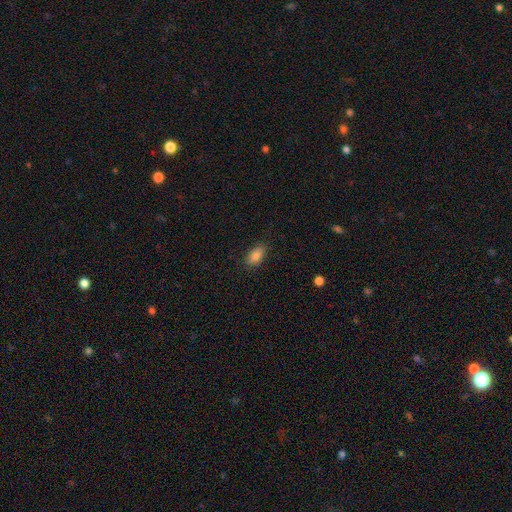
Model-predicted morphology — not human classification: A smooth galaxy with no disk features (85%) that is in between round and cigar-shaped (91%). Merging: none (85%).